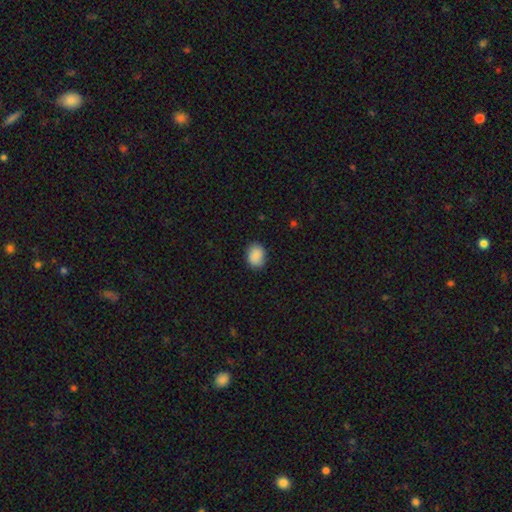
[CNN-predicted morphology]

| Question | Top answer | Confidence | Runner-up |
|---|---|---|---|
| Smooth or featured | smooth | 87% | star or artifact (7%) |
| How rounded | in between | 50% | round (49%) |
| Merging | none | 84% | minor disturbance (12%) |